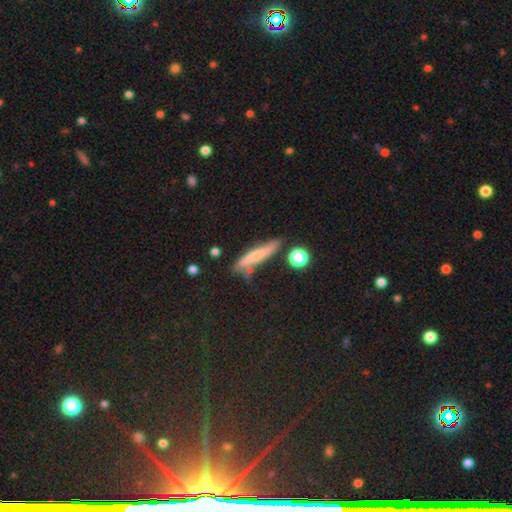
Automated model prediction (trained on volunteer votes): The model was most divided on "smooth or featured": smooth: 59%, featured or disk: 30%, star or artifact: 11%. More confident: how rounded — cigar-shaped (87%); merging — none (67%).